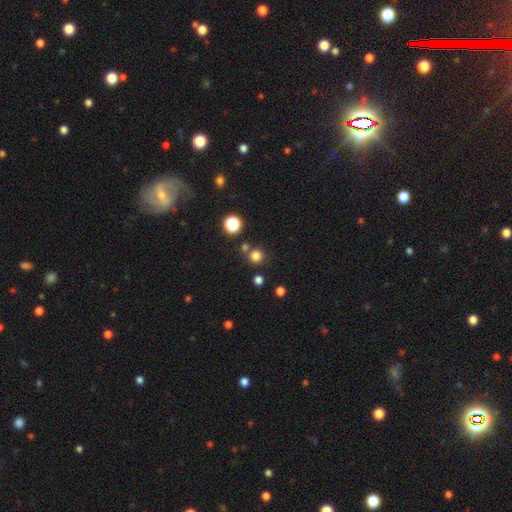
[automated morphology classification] Overall: smooth (77%). How rounded: round (92%). Merging: none (76%).